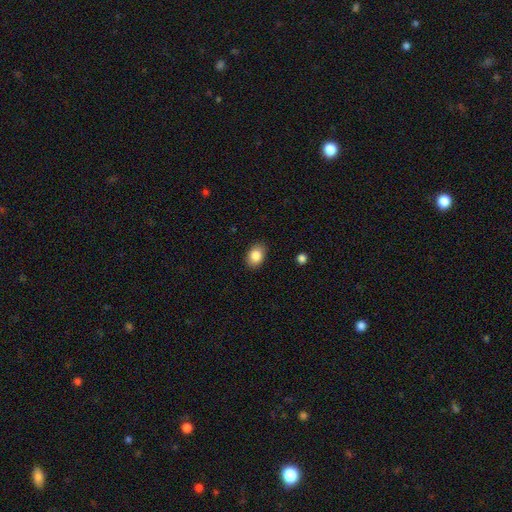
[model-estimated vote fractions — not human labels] Overall: smooth (87%). How rounded: in between (72%). Merging: none (86%).